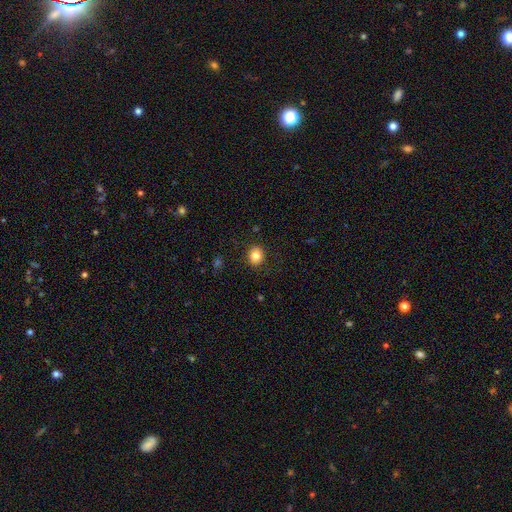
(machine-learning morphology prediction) Smooth or featured?
  - smooth: 83% *
  - star or artifact: 10%
  - featured or disk: 7%
How rounded?
  - round: 69% *
  - in between: 30%
  - cigar-shaped: 1%
Merging?
  - none: 89% *
  - minor disturbance: 8%
  - major disturbance: 2%
  - merger: 1%